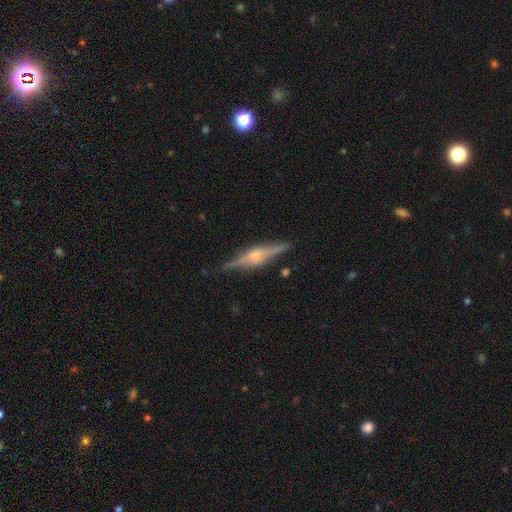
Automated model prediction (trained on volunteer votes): smooth_or_featured: featured or disk (p=0.81) [alt: smooth p=0.13]
disk_edge_on: yes (p=0.97) [alt: no p=0.03]
edge_on_bulge: rounded (p=0.78) [alt: boxy p=0.18]
merging: none (p=0.87) [alt: minor disturbance p=0.10]